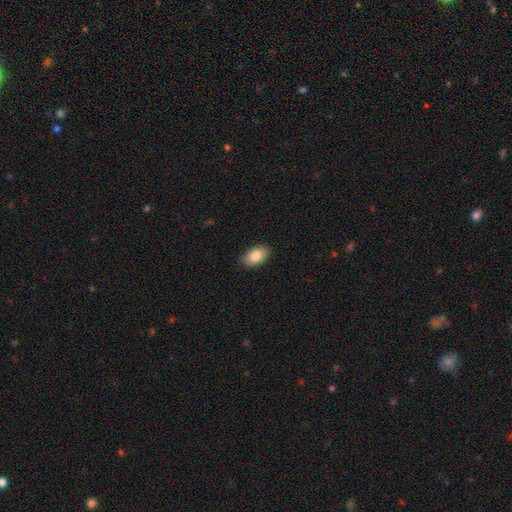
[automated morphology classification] Q: Smooth or featured?
A: smooth (84%); runner-up: featured or disk (9%)
Q: How rounded?
A: in between (91%); runner-up: round (8%)
Q: Merging?
A: none (85%); runner-up: minor disturbance (12%)